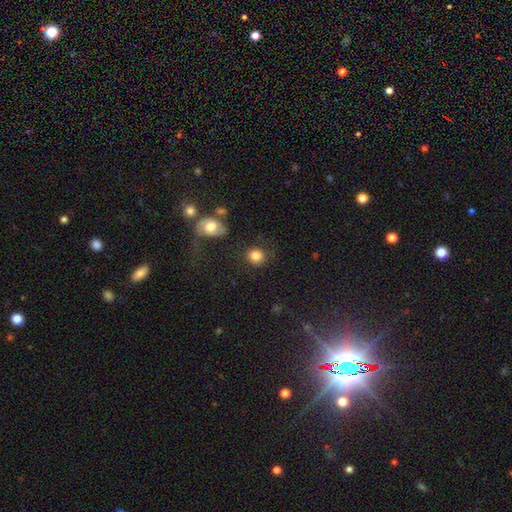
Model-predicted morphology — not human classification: Overall: smooth (84%). How rounded: round (81%). Merging: none (78%).